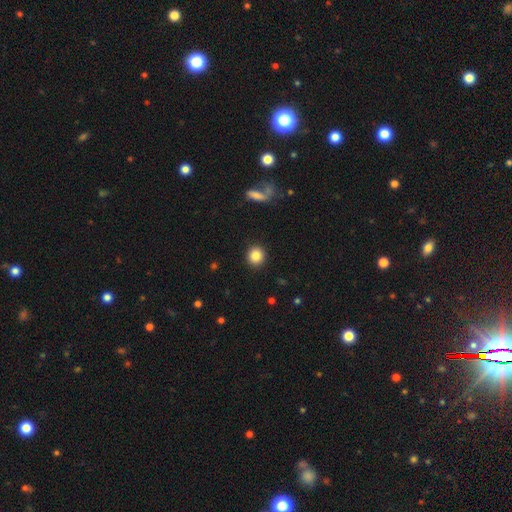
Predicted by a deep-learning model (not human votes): Morphology: type=smooth (85%); roundness=round (90%); merging=none (92%).